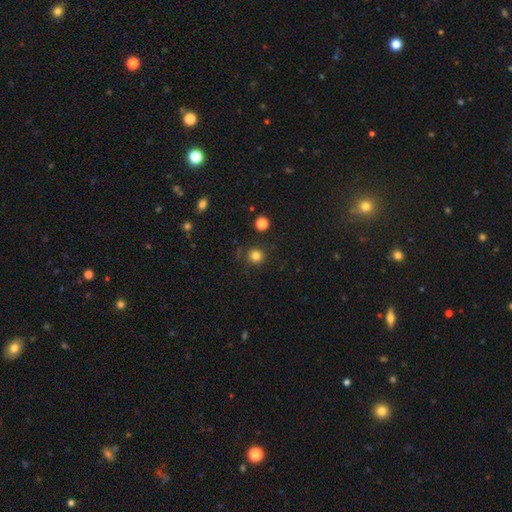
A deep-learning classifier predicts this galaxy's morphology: smooth-or-featured: smooth: 81% | star or artifact: 14% | featured or disk: 5%
  how-rounded: round: 93% | in between: 7% | cigar-shaped: 1%
  merging: none: 87% | minor disturbance: 8% | major disturbance: 3% | merger: 3%